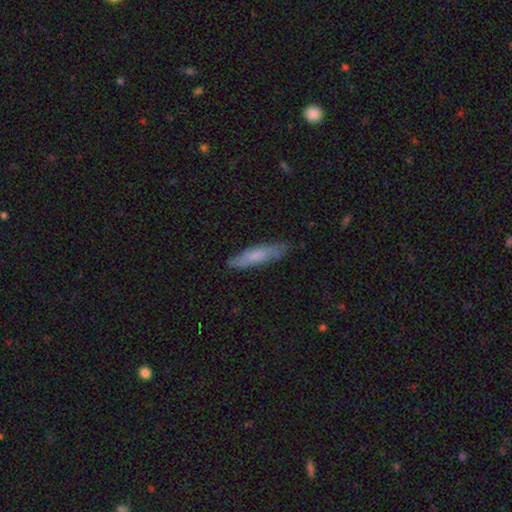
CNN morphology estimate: A smooth galaxy with no disk features (61%) that is cigar-shaped (76%).

Vote fractions:
- Smooth or featured? smooth: 61% / featured or disk: 33% / star or artifact: 6%
- How rounded? cigar-shaped: 76% / in between: 22% / round: 2%
- Merging? none: 79% / minor disturbance: 17% / major disturbance: 3% / merger: 1%